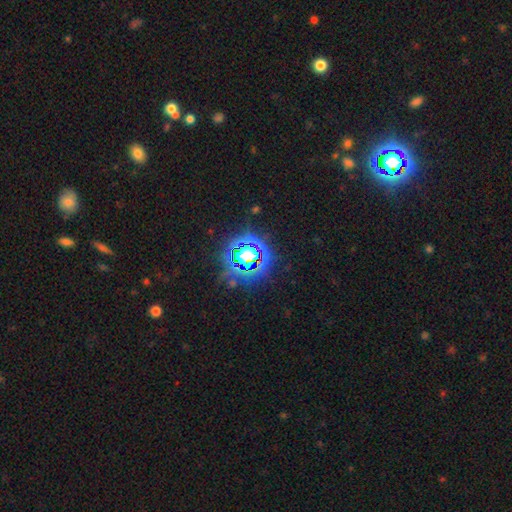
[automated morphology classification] Smooth or featured?
  - star or artifact: 76% *
  - smooth: 14%
  - featured or disk: 10%